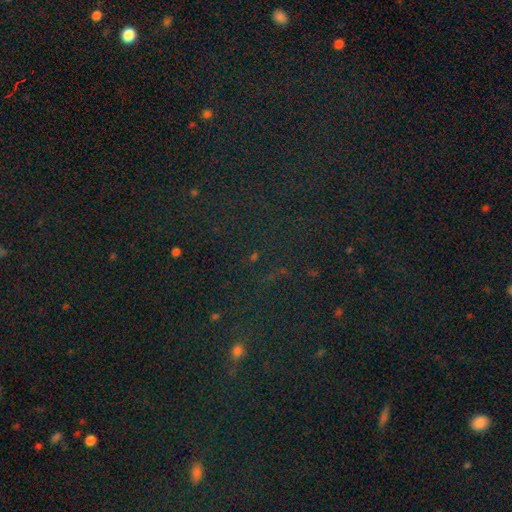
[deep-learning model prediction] Smooth or featured? Predicted: star or artifact (p=0.80).